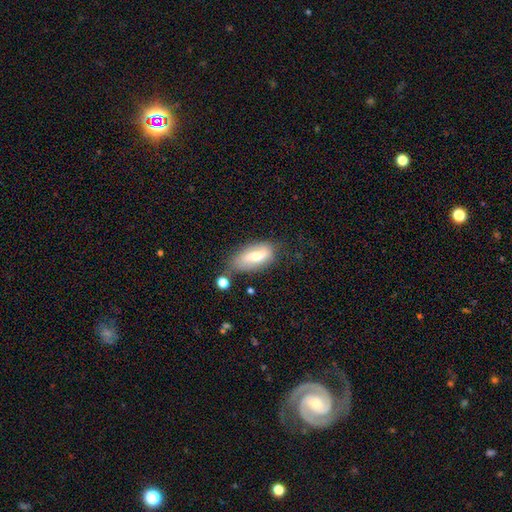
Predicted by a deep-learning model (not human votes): Smooth or featured: smooth — 58% (featured or disk — 34%)
How rounded: in between — 83% (cigar-shaped — 14%)
Merging: none — 57% (minor disturbance — 27%)